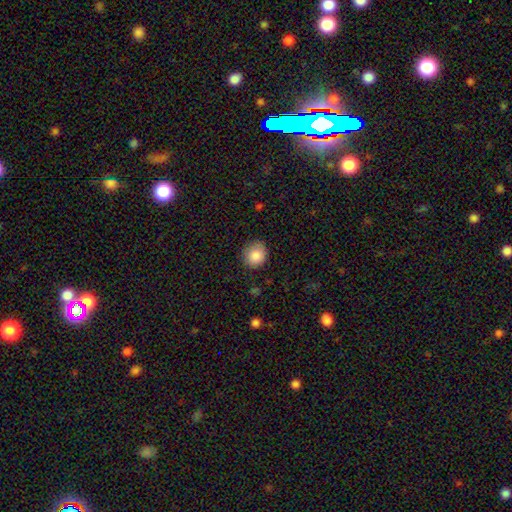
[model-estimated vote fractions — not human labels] Q: Smooth or featured?
A: smooth (86%); runner-up: star or artifact (9%)
Q: How rounded?
A: round (82%); runner-up: in between (18%)
Q: Merging?
A: none (79%); runner-up: minor disturbance (17%)